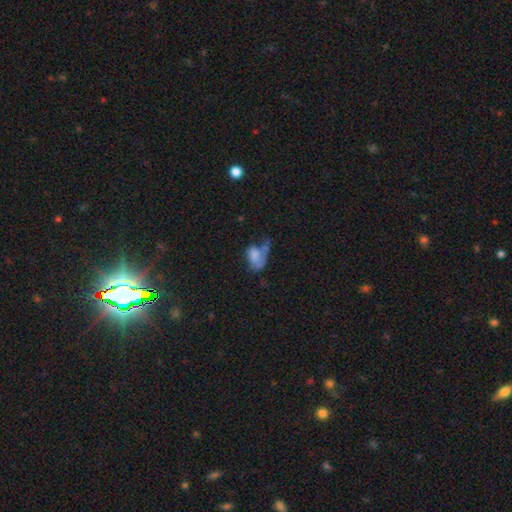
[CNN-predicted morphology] Overall: smooth (62%; featured or disk 28%). How rounded: in between (85%). Merging: major disturbance (38%; none 23%).